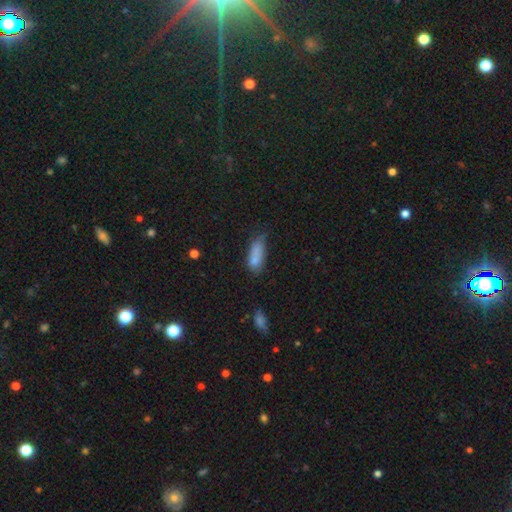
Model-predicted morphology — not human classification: This is likely a smooth galaxy (78%). How rounded: likely in between (78%). Merging: marginally none (37%).